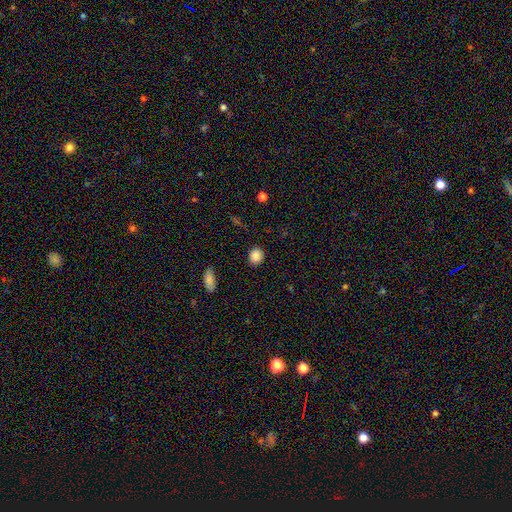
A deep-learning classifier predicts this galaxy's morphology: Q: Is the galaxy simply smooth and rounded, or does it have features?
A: smooth — 87%.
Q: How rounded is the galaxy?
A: round — 78%.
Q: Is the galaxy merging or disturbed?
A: none — 88%.